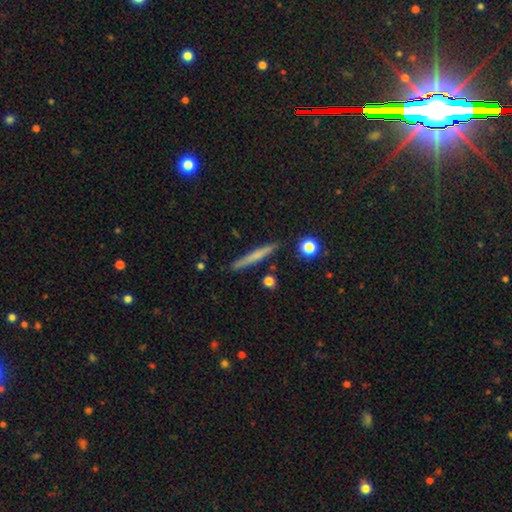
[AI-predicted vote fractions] A smooth galaxy with no disk features (60%) that is cigar-shaped (95%). Merging: none (89%).